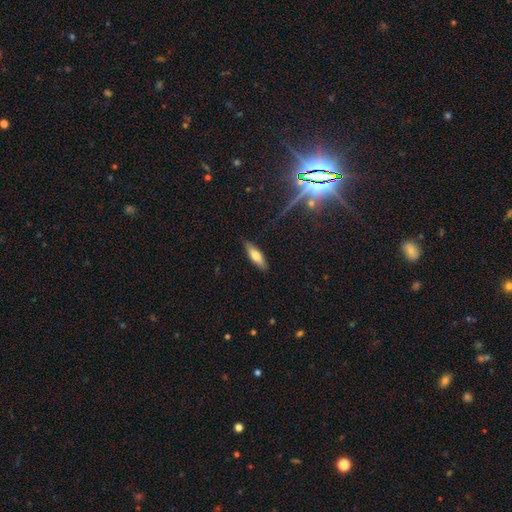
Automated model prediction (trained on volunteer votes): smooth-or-featured: smooth: 66% | featured or disk: 27% | star or artifact: 8%
  how-rounded: cigar-shaped: 53% | in between: 45% | round: 2%
  merging: none: 87% | minor disturbance: 9% | major disturbance: 2% | merger: 1%